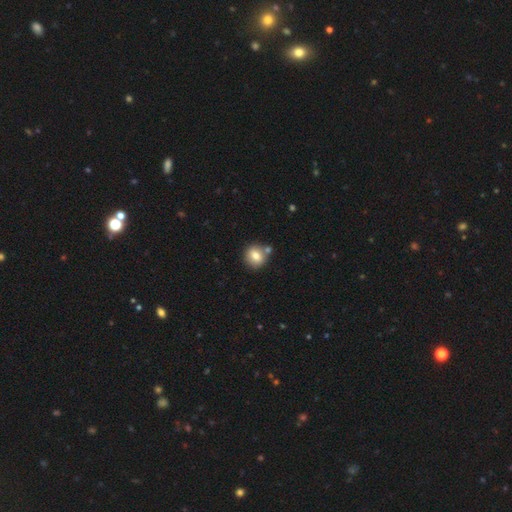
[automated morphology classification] A smooth galaxy with no disk features (77%) that is round (87%).

Vote fractions:
- Smooth or featured? smooth: 77% / featured or disk: 13% / star or artifact: 10%
- How rounded? round: 87% / in between: 12% / cigar-shaped: 1%
- Merging? none: 73% / merger: 15% / minor disturbance: 10% / major disturbance: 3%